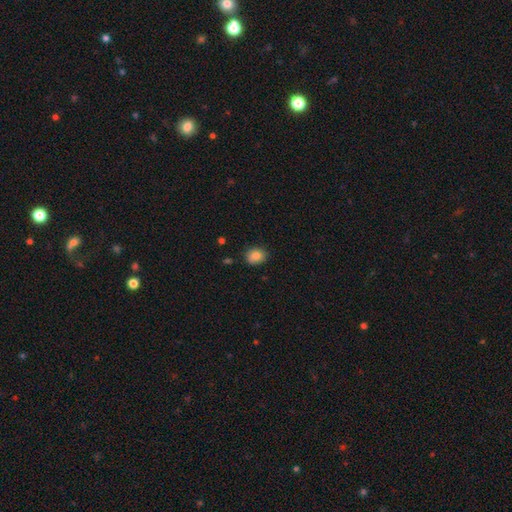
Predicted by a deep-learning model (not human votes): smooth 84%, star or artifact 9%, featured or disk 7%. Down the decision tree: how rounded — in between (50%); merging — none (81%).